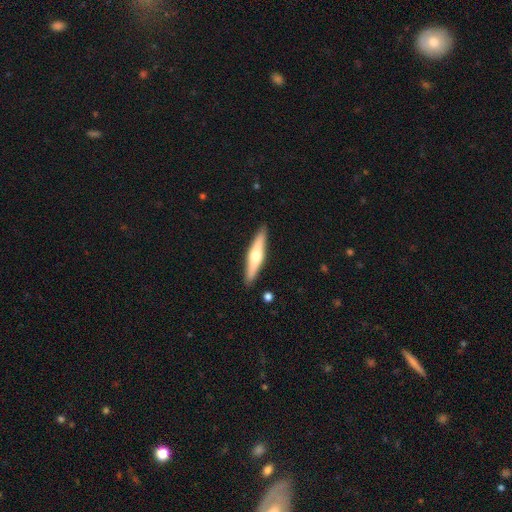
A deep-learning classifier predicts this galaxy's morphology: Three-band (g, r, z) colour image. It shows a featured or disk galaxy (53%) viewed edge-on (94%). Merging: none (89%).